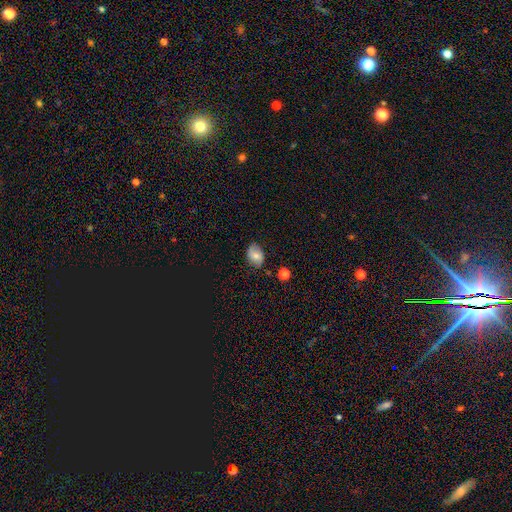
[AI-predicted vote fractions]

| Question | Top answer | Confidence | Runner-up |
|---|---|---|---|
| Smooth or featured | smooth | 66% | featured or disk (24%) |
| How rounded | in between | 70% | round (28%) |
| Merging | none | 74% | minor disturbance (20%) |